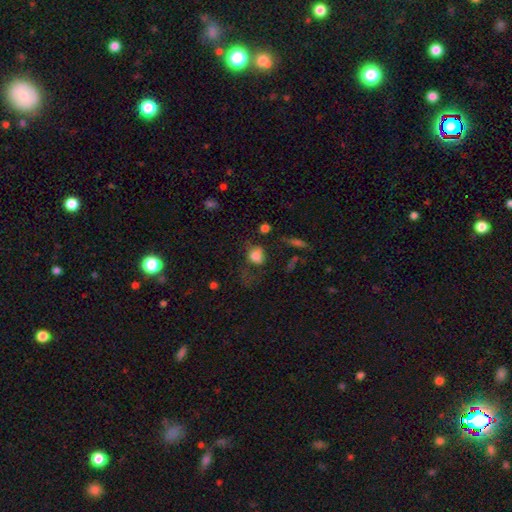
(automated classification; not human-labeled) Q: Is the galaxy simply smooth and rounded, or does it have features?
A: smooth — 74%.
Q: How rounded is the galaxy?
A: in between — 54%.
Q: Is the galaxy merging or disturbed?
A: none — 36%, tied with major disturbance.